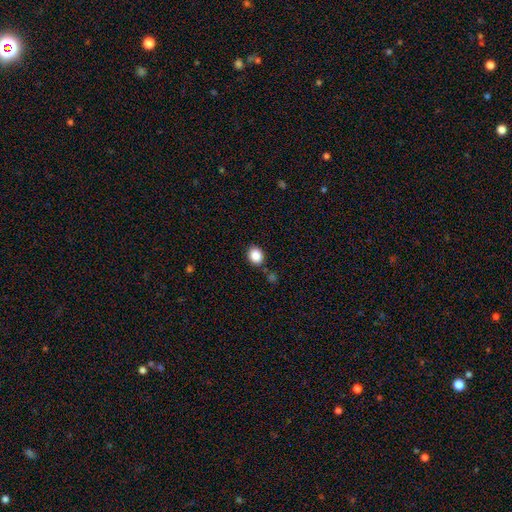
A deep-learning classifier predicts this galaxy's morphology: The model was most divided on "how rounded": round: 61%, in between: 38%, cigar-shaped: 1%. More confident: smooth or featured — smooth (87%); merging — none (82%).